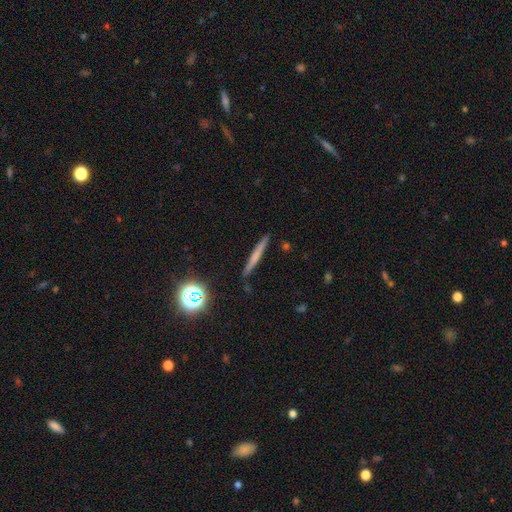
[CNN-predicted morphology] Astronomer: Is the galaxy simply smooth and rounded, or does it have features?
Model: smooth — 51% (runner-up: featured or disk, 38%).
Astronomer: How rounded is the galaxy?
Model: cigar-shaped — 93%.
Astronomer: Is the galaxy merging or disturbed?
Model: none — 88%.